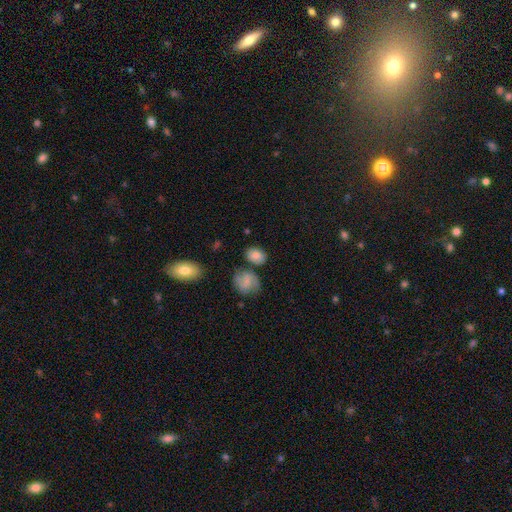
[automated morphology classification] Q: Smooth or featured?
A: smooth (80%); runner-up: featured or disk (11%)
Q: How rounded?
A: in between (72%); runner-up: round (27%)
Q: Merging?
A: none (67%); runner-up: minor disturbance (16%)